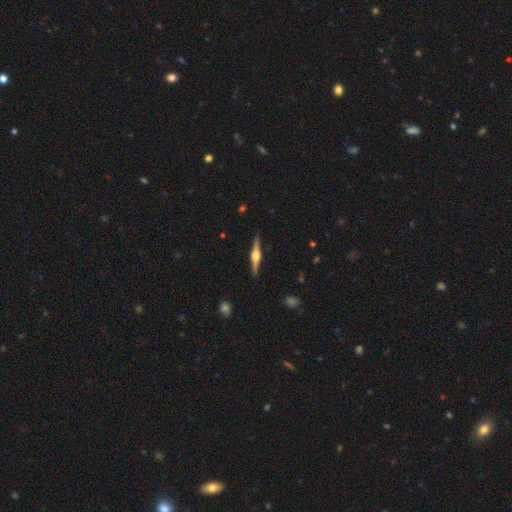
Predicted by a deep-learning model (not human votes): Morphology: type=featured or disk (78%); edge-on=yes (98%); edge-on bulge=rounded (94%); merging=none (90%).